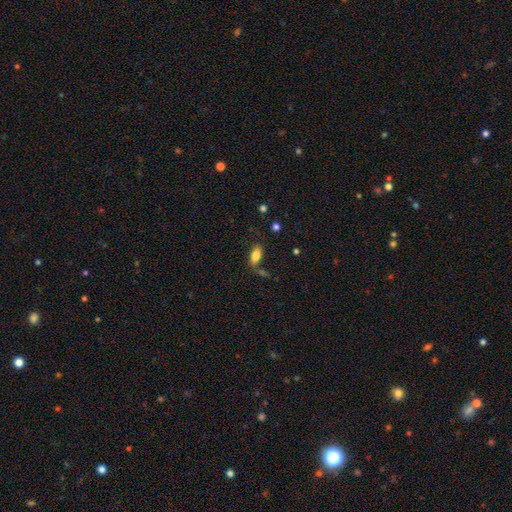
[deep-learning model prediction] This is likely a smooth galaxy (78%). How rounded: clearly in between (86%). Merging: likely none (69%).